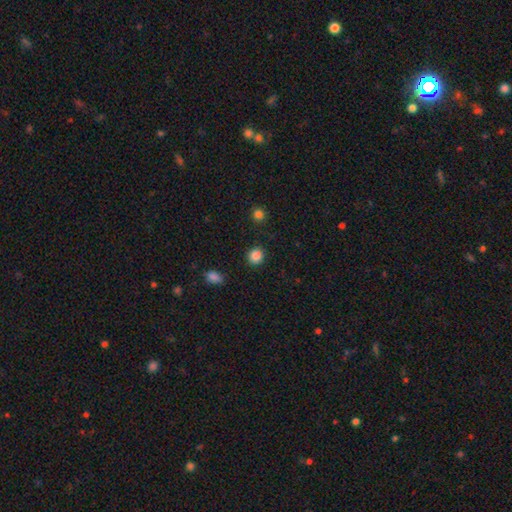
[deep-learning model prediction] Smooth or featured?
  - smooth: 86% *
  - star or artifact: 11%
  - featured or disk: 3%
How rounded?
  - round: 89% *
  - in between: 10%
  - cigar-shaped: 1%
Merging?
  - none: 88% *
  - minor disturbance: 7%
  - major disturbance: 2%
  - merger: 2%